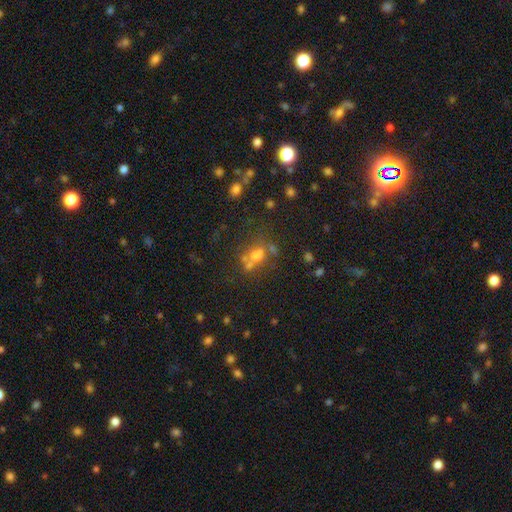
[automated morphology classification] type=smooth (48%); merging=none (48%).